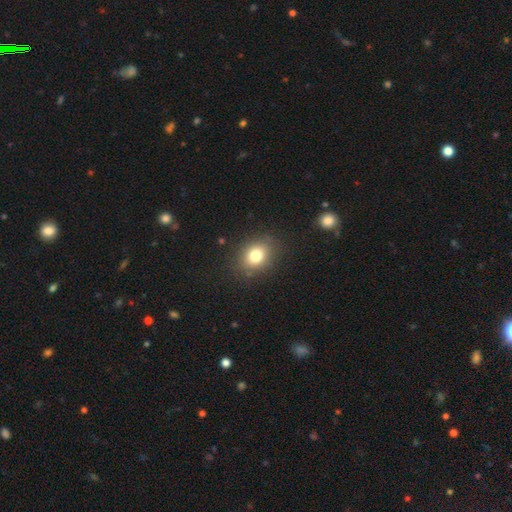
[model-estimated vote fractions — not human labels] Smooth or featured? Predicted: smooth (p=0.79). How rounded? Predicted: in between (p=0.51). Merging? Predicted: none (p=0.85).